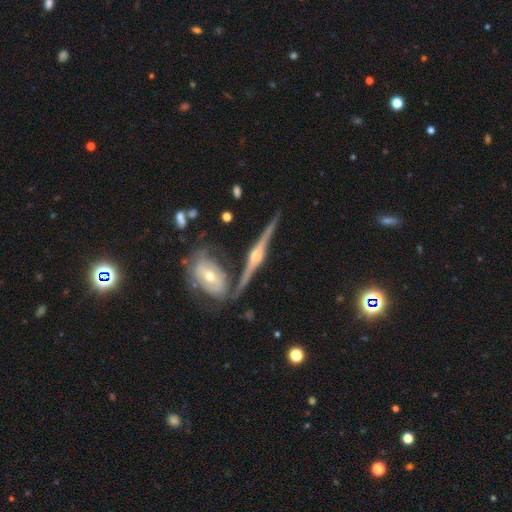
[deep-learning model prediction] Smooth or featured?
  - featured or disk: 88% *
  - smooth: 7%
  - star or artifact: 5%
Edge-on disk?
  - yes: 97% *
  - no: 3%
Edge-on bulge?
  - rounded: 90% *
  - boxy: 7%
  - none: 3%
Merging?
  - none: 76% *
  - minor disturbance: 12%
  - merger: 9%
  - major disturbance: 3%